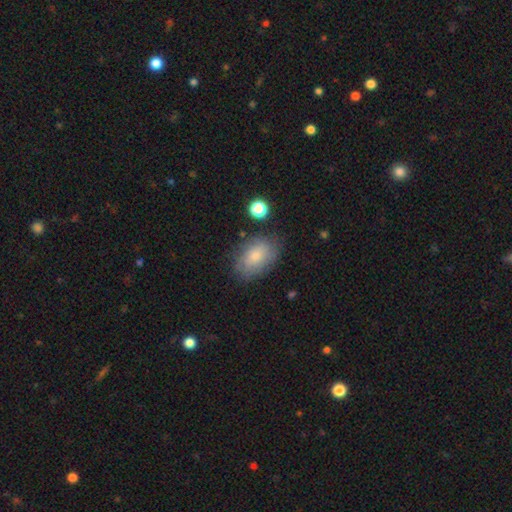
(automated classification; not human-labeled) Overall: smooth (72%). How rounded: in between (89%). Merging: none (73%).